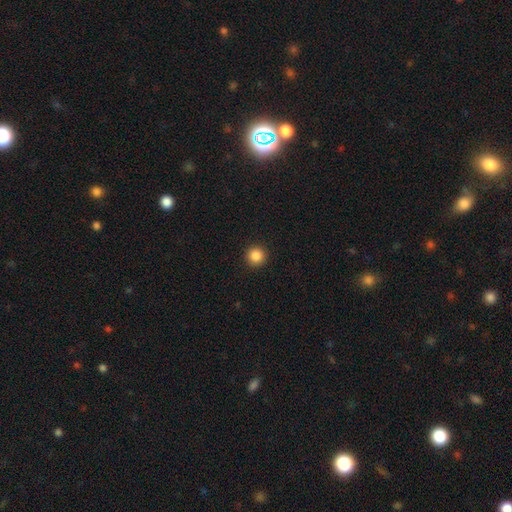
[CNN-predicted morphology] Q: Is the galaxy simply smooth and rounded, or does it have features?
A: smooth — 87%.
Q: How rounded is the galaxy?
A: round — 95%.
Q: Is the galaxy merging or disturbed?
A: none — 93%.